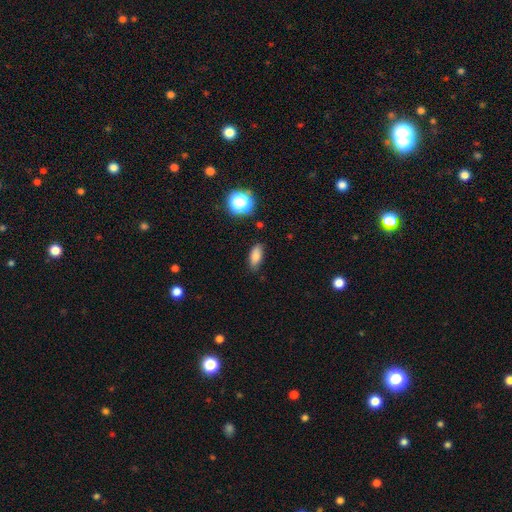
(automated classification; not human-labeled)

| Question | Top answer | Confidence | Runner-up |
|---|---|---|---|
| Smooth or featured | smooth | 80% | star or artifact (12%) |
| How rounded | in between | 81% | cigar-shaped (13%) |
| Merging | none | 80% | minor disturbance (15%) |